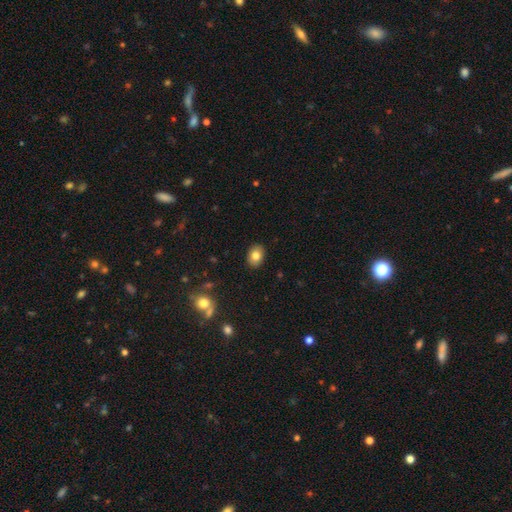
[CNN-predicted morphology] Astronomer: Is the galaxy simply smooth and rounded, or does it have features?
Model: smooth — 80%.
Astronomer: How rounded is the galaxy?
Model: in between — 68%.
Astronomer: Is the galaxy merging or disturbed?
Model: none — 89%.